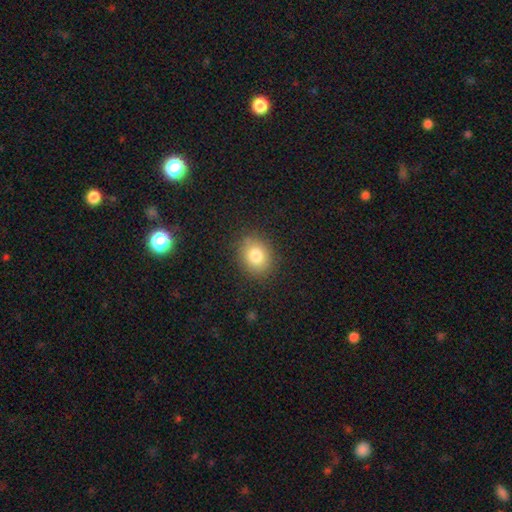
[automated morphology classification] A smooth galaxy with no disk features (80%) that is round (59%).

Vote fractions:
- Smooth or featured? smooth: 80% / star or artifact: 10% / featured or disk: 9%
- How rounded? round: 59% / in between: 40% / cigar-shaped: 1%
- Merging? none: 87% / minor disturbance: 9% / major disturbance: 3% / merger: 1%